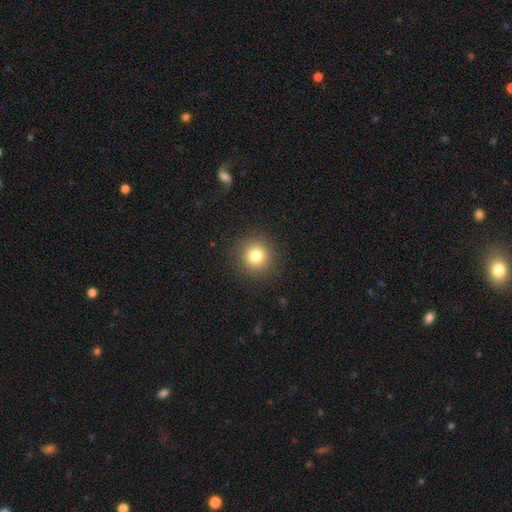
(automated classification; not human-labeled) Smooth or featured?
  - smooth: 80% *
  - star or artifact: 12%
  - featured or disk: 8%
How rounded?
  - round: 92% *
  - in between: 7%
  - cigar-shaped: 1%
Merging?
  - none: 90% *
  - minor disturbance: 6%
  - major disturbance: 3%
  - merger: 1%